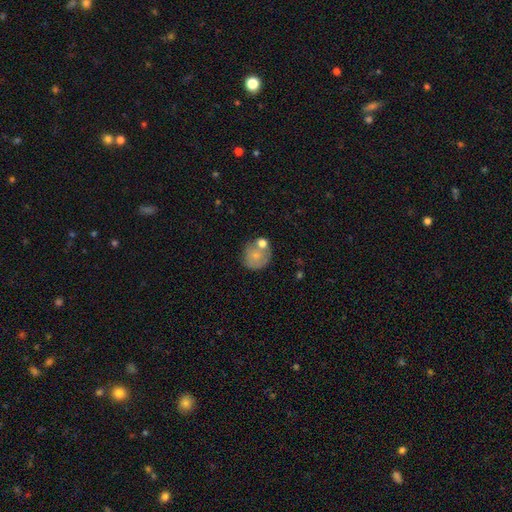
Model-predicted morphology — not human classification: The model was most divided on "merging": none: 52%, merger: 23%, minor disturbance: 18%, major disturbance: 7%. More confident: how rounded — round (83%); smooth or featured — smooth (70%).